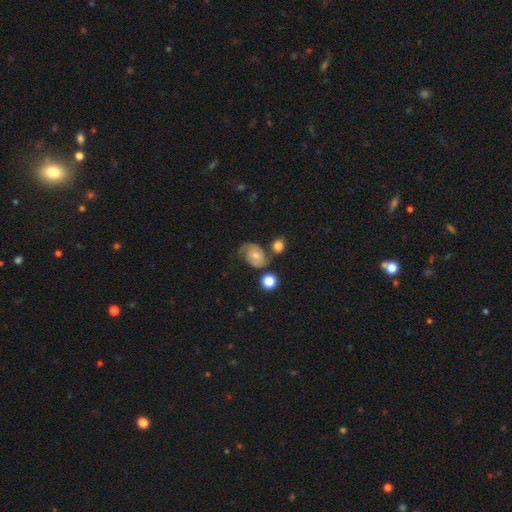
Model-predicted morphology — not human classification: Smooth or featured?
  - featured or disk: 55% *
  - smooth: 34%
  - star or artifact: 11%
Edge-on disk?
  - no: 96% *
  - yes: 4%
Bar?
  - no: 78% *
  - weak: 18%
  - strong: 3%
Spiral arms?
  - yes: 80% *
  - no: 20%
Bulge size?
  - moderate: 52% *
  - small: 41%
  - large: 3%
  - none: 2%
  - dominant: 1%
Merging?
  - none: 52% *
  - minor disturbance: 24%
  - major disturbance: 14%
  - merger: 10%